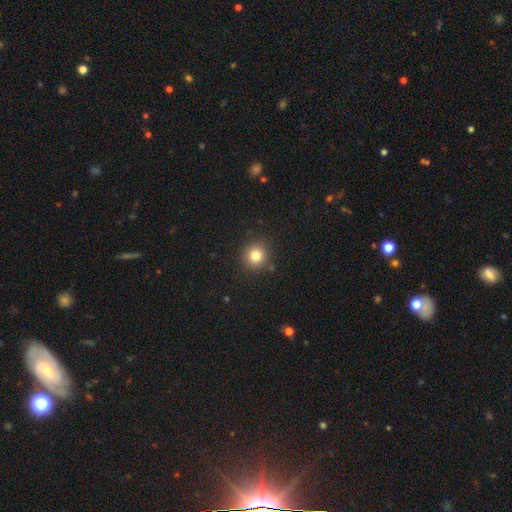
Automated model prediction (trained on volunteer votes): A smooth galaxy with no disk features (81%) that is round (92%). Merging: none (89%).